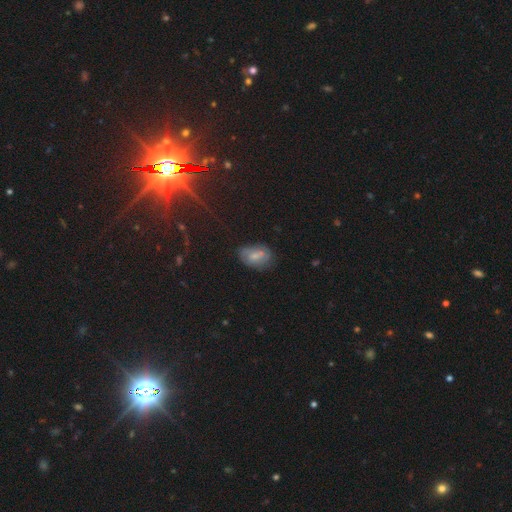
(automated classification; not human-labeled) Smooth or featured?
  - smooth: 55% *
  - featured or disk: 34%
  - star or artifact: 11%
How rounded?
  - in between: 85% *
  - round: 13%
  - cigar-shaped: 2%
Merging?
  - none: 61% *
  - minor disturbance: 27%
  - major disturbance: 9%
  - merger: 3%